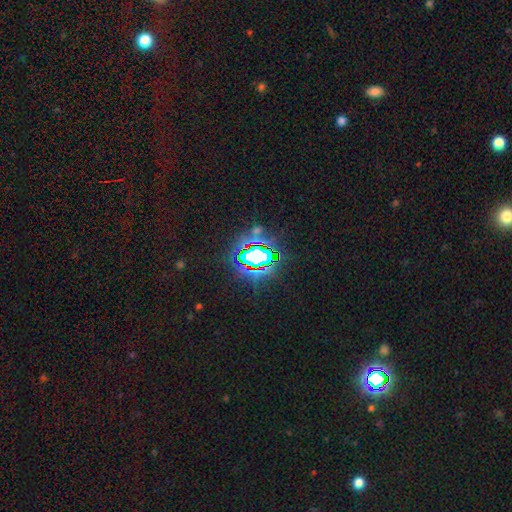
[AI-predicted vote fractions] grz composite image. It shows a star or artifact, not a galaxy (71%).